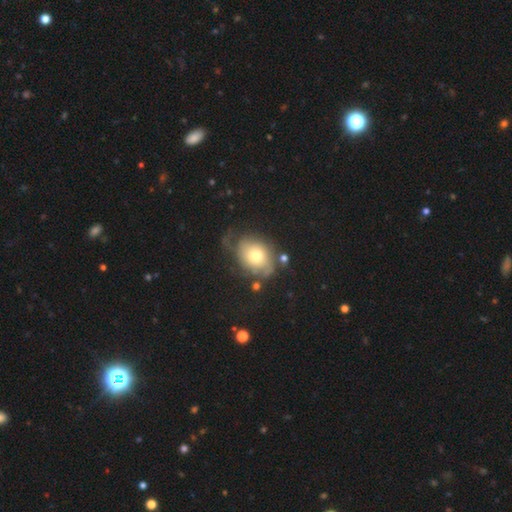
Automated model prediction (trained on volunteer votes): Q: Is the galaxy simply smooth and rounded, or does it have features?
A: smooth — 49%.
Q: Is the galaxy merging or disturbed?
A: none — 46%.